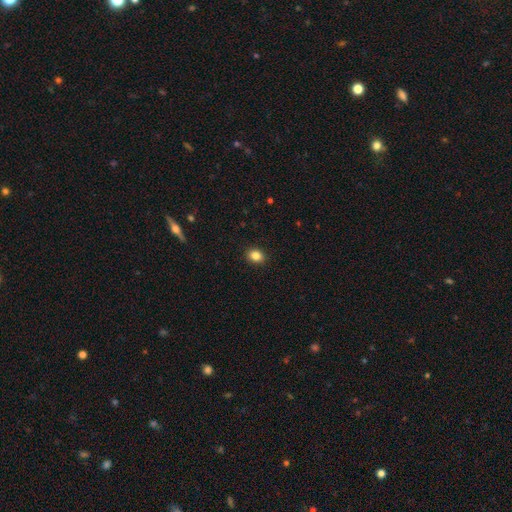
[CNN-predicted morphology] smooth_or_featured: smooth (p=0.85) [alt: star or artifact p=0.11]
how_rounded: in between (p=0.50) [alt: round p=0.49]
merging: none (p=0.91) [alt: minor disturbance p=0.06]